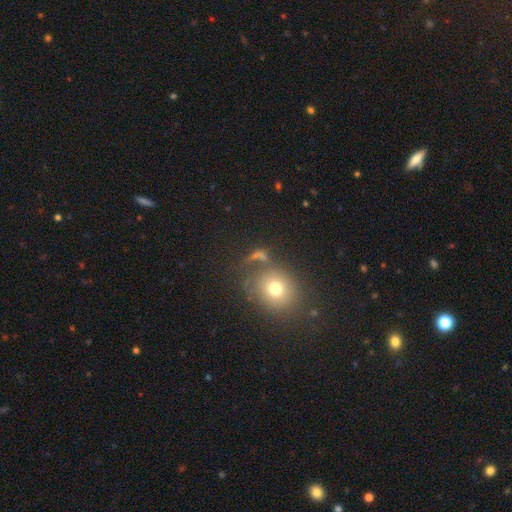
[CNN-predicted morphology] smooth-or-featured: smooth: 61% | star or artifact: 24% | featured or disk: 15%
  how-rounded: round: 70% | in between: 27% | cigar-shaped: 3%
  merging: none: 64% | merger: 15% | minor disturbance: 13% | major disturbance: 9%